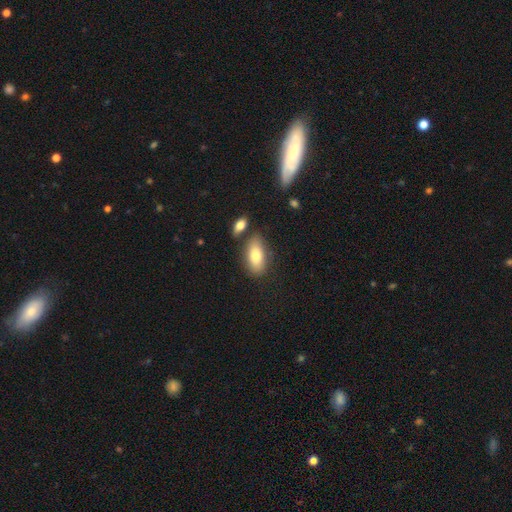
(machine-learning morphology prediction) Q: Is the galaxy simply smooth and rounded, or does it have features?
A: smooth — 77%.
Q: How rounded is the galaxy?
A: in between — 88%.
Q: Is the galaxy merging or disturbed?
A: none — 71%.